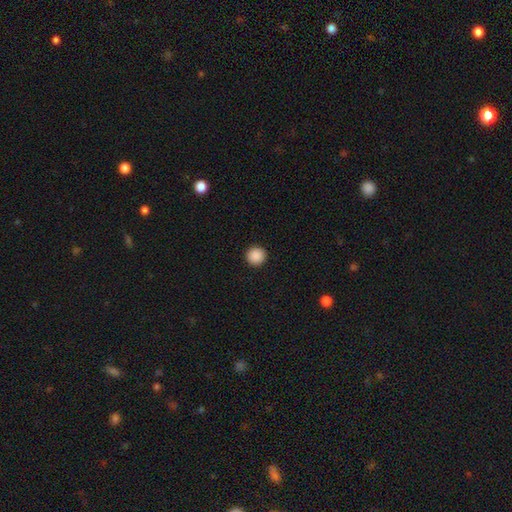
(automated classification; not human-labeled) A smooth galaxy with no disk features (89%) that is round (96%).

Vote fractions:
- Smooth or featured? smooth: 89% / star or artifact: 9% / featured or disk: 2%
- How rounded? round: 96% / in between: 3% / cigar-shaped: 1%
- Merging? none: 93% / minor disturbance: 4% / major disturbance: 2% / merger: 1%